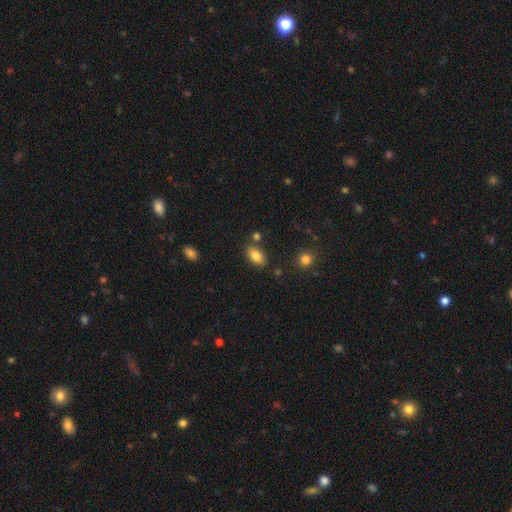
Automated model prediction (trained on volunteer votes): smooth-or-featured: smooth: 84% | star or artifact: 8% | featured or disk: 8%
  how-rounded: in between: 89% | round: 9% | cigar-shaped: 2%
  merging: none: 79% | minor disturbance: 11% | merger: 7% | major disturbance: 3%